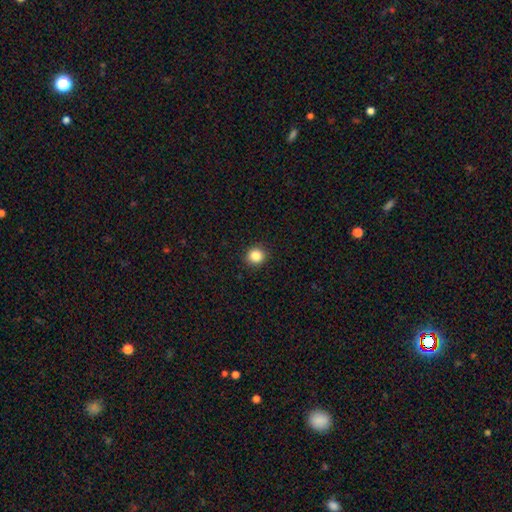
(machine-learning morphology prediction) Smooth or featured? Predicted: smooth (p=0.85). How rounded? Predicted: round (p=0.91). Merging? Predicted: none (p=0.92).